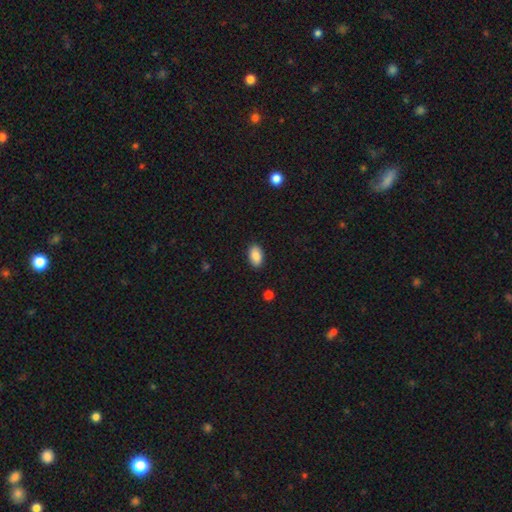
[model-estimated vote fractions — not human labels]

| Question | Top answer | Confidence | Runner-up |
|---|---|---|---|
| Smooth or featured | smooth | 88% | star or artifact (7%) |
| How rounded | in between | 93% | round (5%) |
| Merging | none | 88% | minor disturbance (9%) |